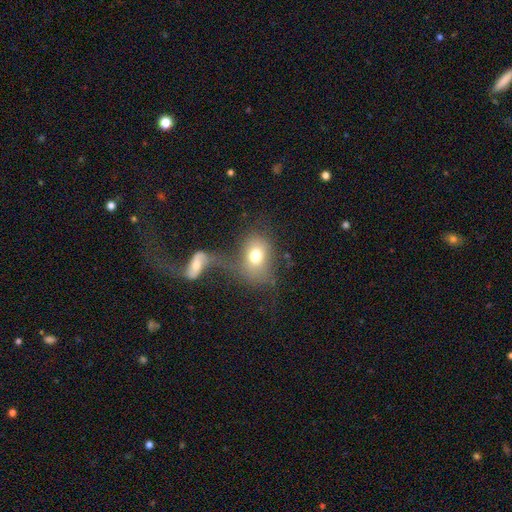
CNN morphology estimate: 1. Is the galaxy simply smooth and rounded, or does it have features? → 72% smooth, 19% featured or disk, 9% star or artifact.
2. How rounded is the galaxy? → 64% in between, 35% round, 1% cigar-shaped.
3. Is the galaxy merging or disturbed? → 39% merger, 32% none, 17% major disturbance, 12% minor disturbance.